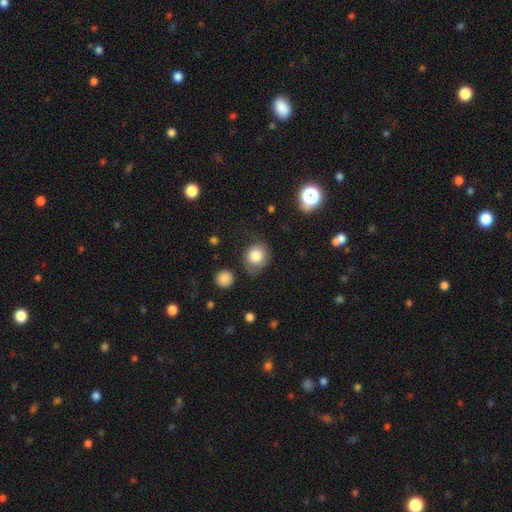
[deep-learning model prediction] Smooth or featured? Predicted: smooth (p=0.78). How rounded? Predicted: round (p=0.72). Merging? Predicted: none (p=0.62).